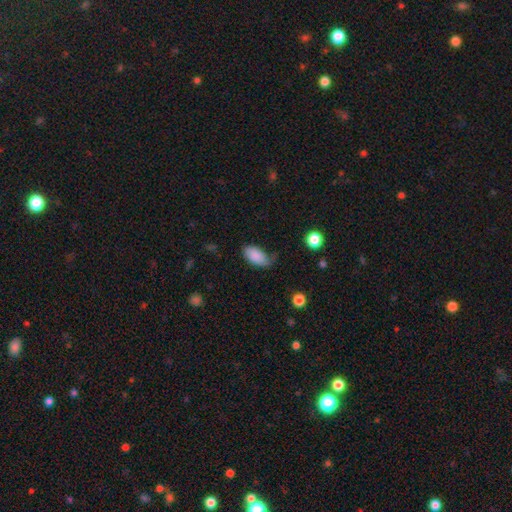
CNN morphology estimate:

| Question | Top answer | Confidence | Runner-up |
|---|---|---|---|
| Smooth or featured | smooth | 84% | featured or disk (9%) |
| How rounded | in between | 95% | round (3%) |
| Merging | none | 46% | minor disturbance (36%) |